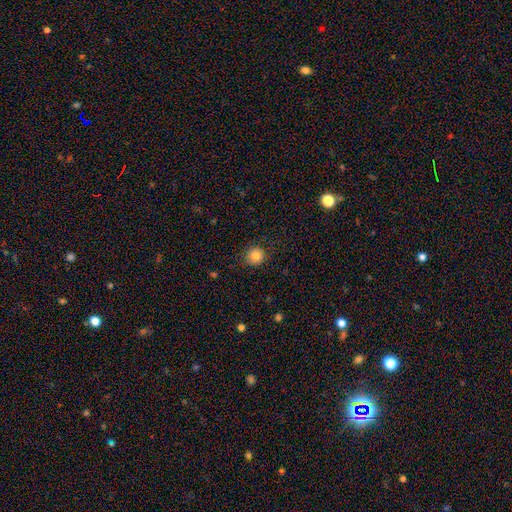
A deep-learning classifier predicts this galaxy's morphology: Smooth or featured: smooth — 84% (star or artifact — 10%)
How rounded: round — 90% (in between — 9%)
Merging: none — 86% (minor disturbance — 10%)